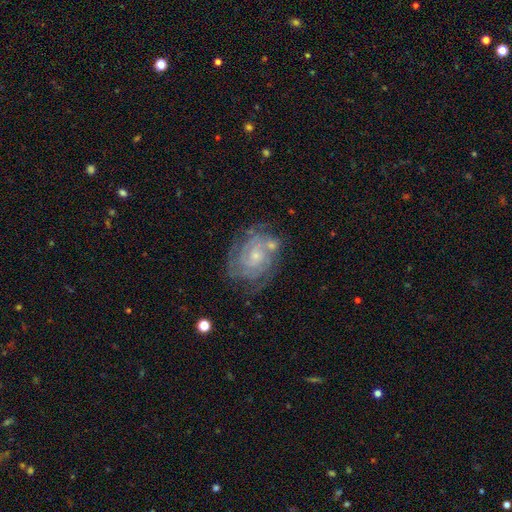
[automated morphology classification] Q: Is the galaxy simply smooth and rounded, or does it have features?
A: featured or disk — 84%.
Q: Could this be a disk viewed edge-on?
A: no — 97%.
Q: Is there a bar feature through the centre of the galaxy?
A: no — 68%.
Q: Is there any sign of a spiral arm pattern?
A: yes — 94%.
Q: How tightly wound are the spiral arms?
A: tight — 73%.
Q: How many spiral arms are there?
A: can't tell — 34%.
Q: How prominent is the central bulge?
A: small — 68%.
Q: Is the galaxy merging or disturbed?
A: none — 65%.